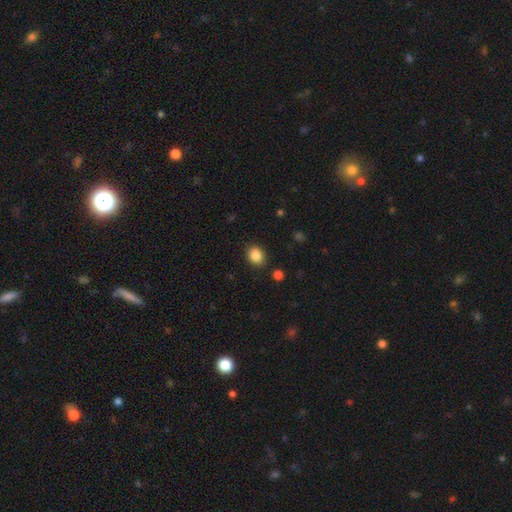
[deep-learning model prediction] Smooth or featured? smooth (86%)
How rounded? in between (51%)
Merging? none (86%)